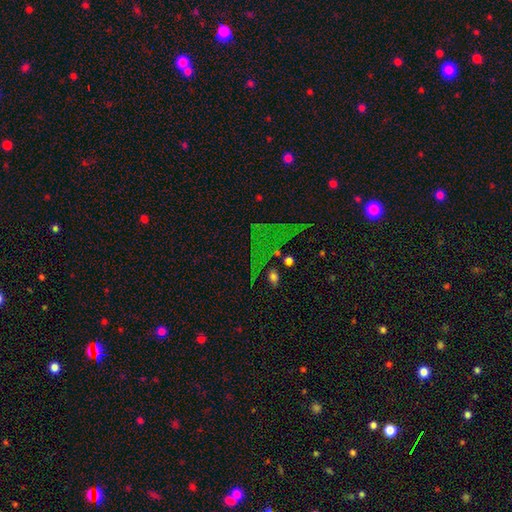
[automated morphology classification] This is likely a star or artifact rather than a galaxy (63%).